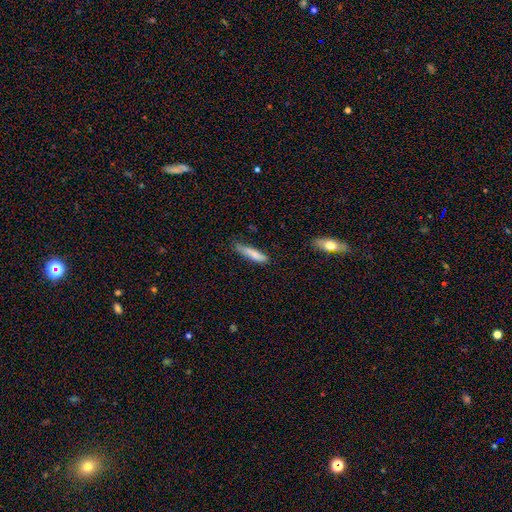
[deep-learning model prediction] smooth 80%, featured or disk 14%, star or artifact 7%. Down the decision tree: how rounded — cigar-shaped (78%); merging — none (56%).